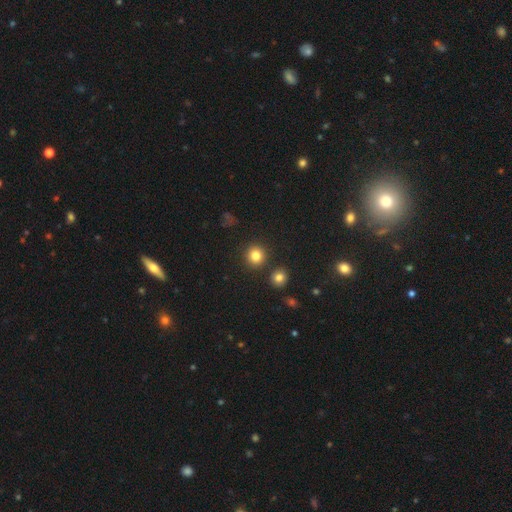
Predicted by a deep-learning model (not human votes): Smooth or featured? smooth (82%)
How rounded? round (91%)
Merging? none (87%)